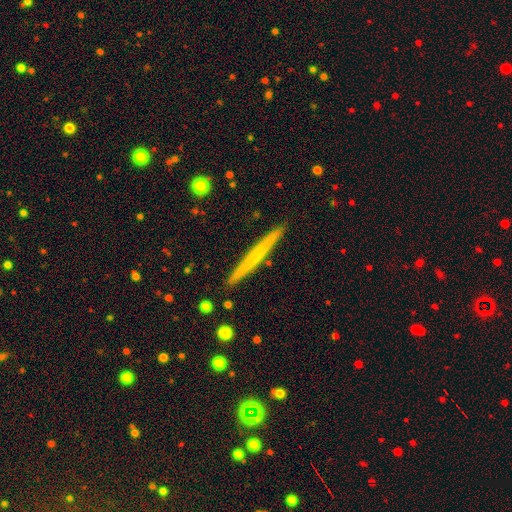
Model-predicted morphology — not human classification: smooth_or_featured: smooth (p=0.49) [alt: featured or disk p=0.46]
merging: none (p=0.92) [alt: minor disturbance p=0.06]